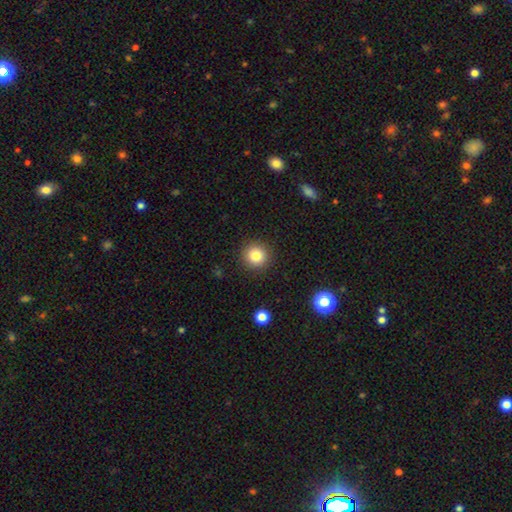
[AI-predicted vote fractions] This is clearly a smooth galaxy (82%). How rounded: clearly round (94%). Merging: clearly none (91%).